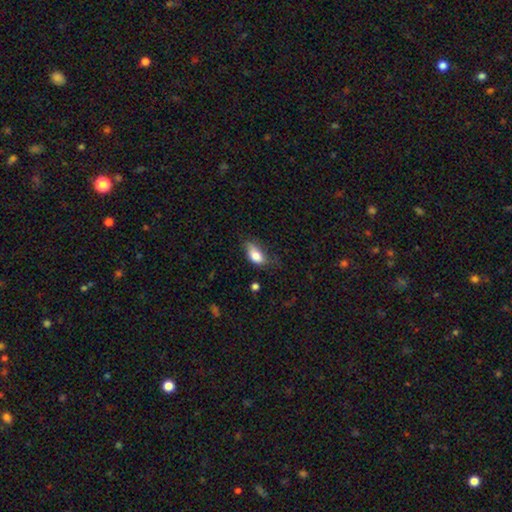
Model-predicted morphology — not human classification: smooth_or_featured: smooth (p=0.78) [alt: featured or disk p=0.14]
how_rounded: in between (p=0.88) [alt: cigar-shaped p=0.06]
merging: none (p=0.40) [alt: minor disturbance p=0.38]